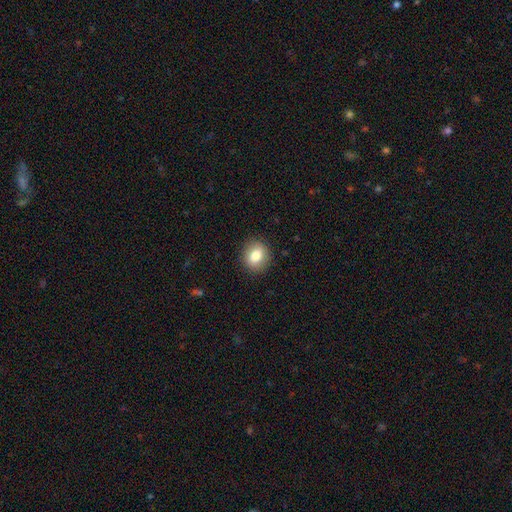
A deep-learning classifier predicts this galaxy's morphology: Smooth or featured: smooth — 82% (featured or disk — 10%)
How rounded: round — 70% (in between — 29%)
Merging: none — 89% (minor disturbance — 7%)